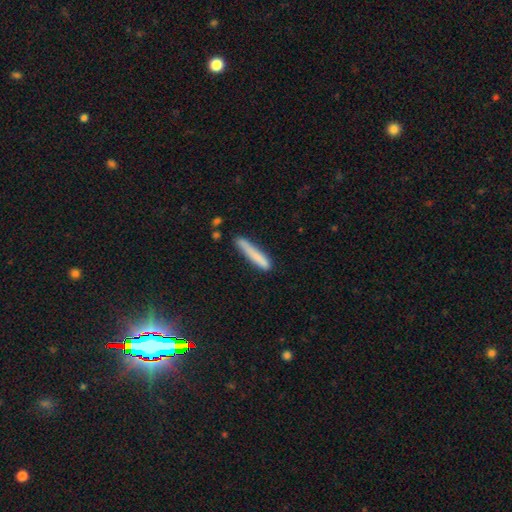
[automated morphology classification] Smooth or featured: smooth — 78% (featured or disk — 15%)
How rounded: cigar-shaped — 94% (in between — 5%)
Merging: none — 75% (minor disturbance — 18%)